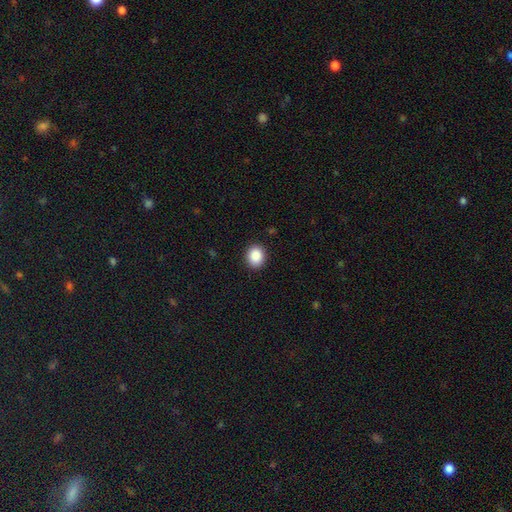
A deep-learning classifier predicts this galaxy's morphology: Smooth or featured?
  - smooth: 88% *
  - star or artifact: 9%
  - featured or disk: 3%
How rounded?
  - round: 61% *
  - in between: 38%
  - cigar-shaped: 1%
Merging?
  - none: 90% *
  - minor disturbance: 7%
  - major disturbance: 2%
  - merger: 1%